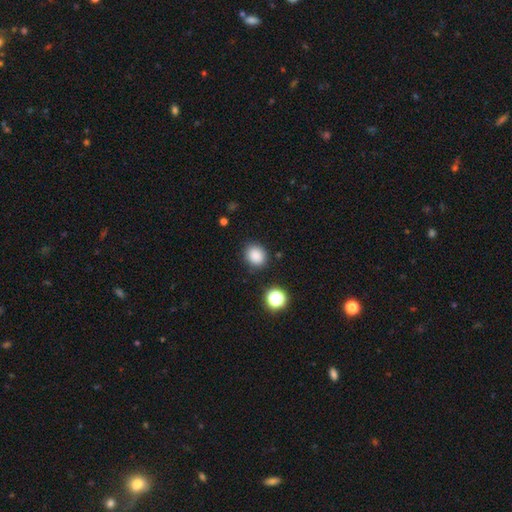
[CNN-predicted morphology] Smooth or featured? Predicted: smooth (p=0.85). How rounded? Predicted: round (p=0.71). Merging? Predicted: none (p=0.85).